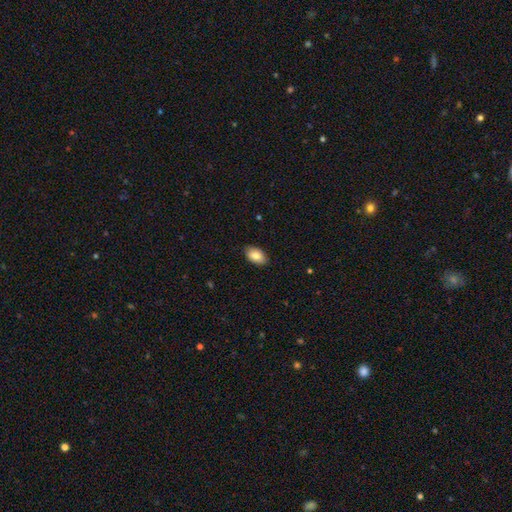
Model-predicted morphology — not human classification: Q: Smooth or featured?
A: smooth (85%); runner-up: featured or disk (9%)
Q: How rounded?
A: in between (93%); runner-up: round (6%)
Q: Merging?
A: none (87%); runner-up: minor disturbance (10%)